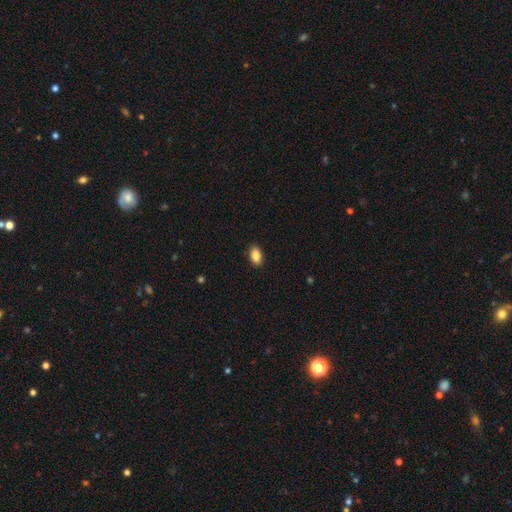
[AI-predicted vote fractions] Smooth or featured? smooth (88%)
How rounded? in between (91%)
Merging? none (90%)